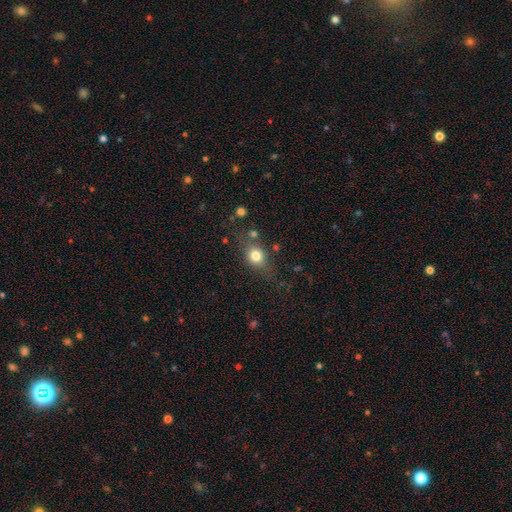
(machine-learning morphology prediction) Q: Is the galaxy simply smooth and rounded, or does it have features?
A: smooth — 75%.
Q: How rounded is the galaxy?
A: round — 61%.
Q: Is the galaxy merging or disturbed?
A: none — 67%.